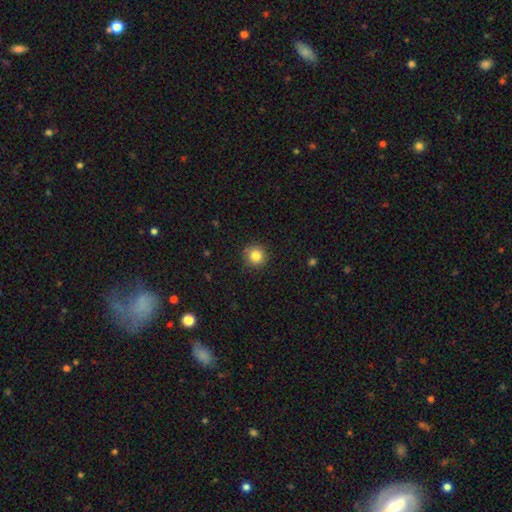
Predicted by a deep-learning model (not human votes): Smooth or featured?
  - smooth: 84% *
  - star or artifact: 11%
  - featured or disk: 6%
How rounded?
  - round: 94% *
  - in between: 5%
  - cigar-shaped: 1%
Merging?
  - none: 90% *
  - minor disturbance: 7%
  - major disturbance: 2%
  - merger: 1%